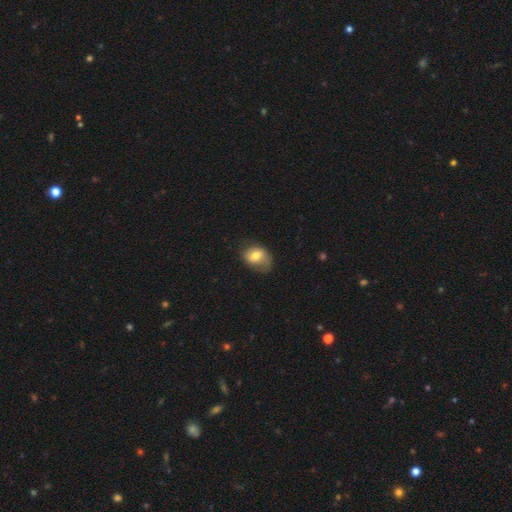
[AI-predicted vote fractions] Smooth or featured?
  - smooth: 67% *
  - featured or disk: 25%
  - star or artifact: 8%
How rounded?
  - in between: 66% *
  - round: 33%
  - cigar-shaped: 1%
Merging?
  - none: 44% *
  - minor disturbance: 35%
  - major disturbance: 20%
  - merger: 2%